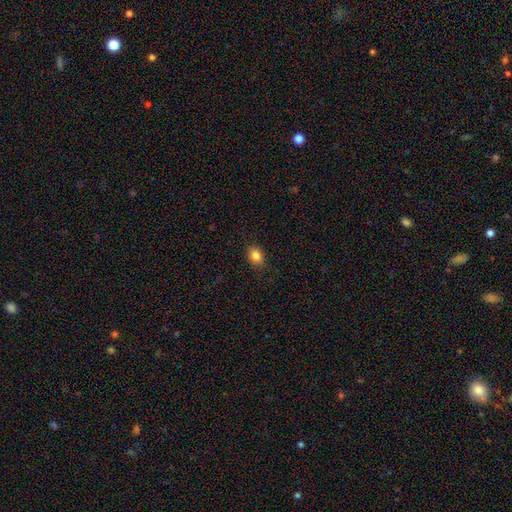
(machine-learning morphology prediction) Q: Smooth or featured?
A: smooth (84%); runner-up: star or artifact (10%)
Q: How rounded?
A: in between (65%); runner-up: round (34%)
Q: Merging?
A: none (87%); runner-up: minor disturbance (10%)